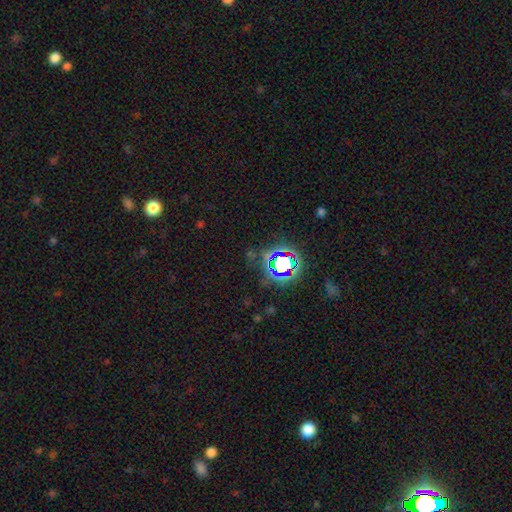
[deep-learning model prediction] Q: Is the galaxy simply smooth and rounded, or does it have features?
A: star or artifact — 75%.